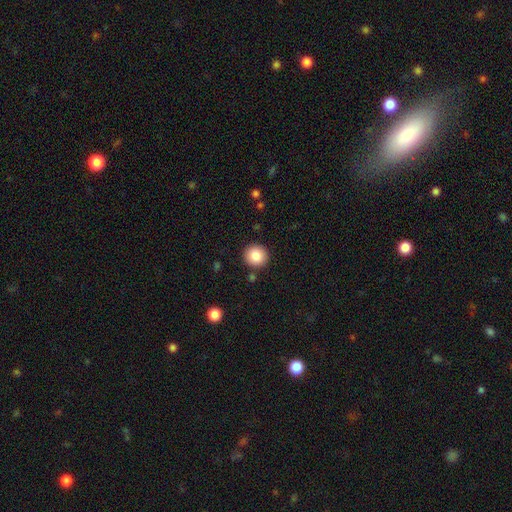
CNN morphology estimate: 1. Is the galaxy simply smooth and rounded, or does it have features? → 85% smooth, 9% star or artifact, 6% featured or disk.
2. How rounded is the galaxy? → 92% round, 7% in between, 1% cigar-shaped.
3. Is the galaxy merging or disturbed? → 90% none, 6% minor disturbance, 2% merger, 2% major disturbance.